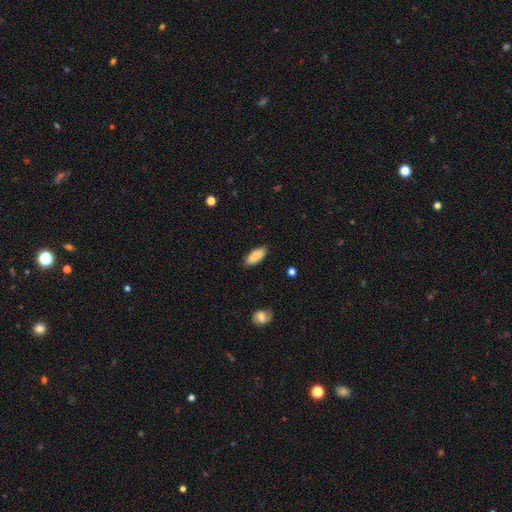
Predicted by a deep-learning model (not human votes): smooth-or-featured: smooth: 82% | featured or disk: 12% | star or artifact: 7%
  how-rounded: in between: 88% | cigar-shaped: 10% | round: 2%
  merging: none: 82% | minor disturbance: 14% | major disturbance: 2% | merger: 1%